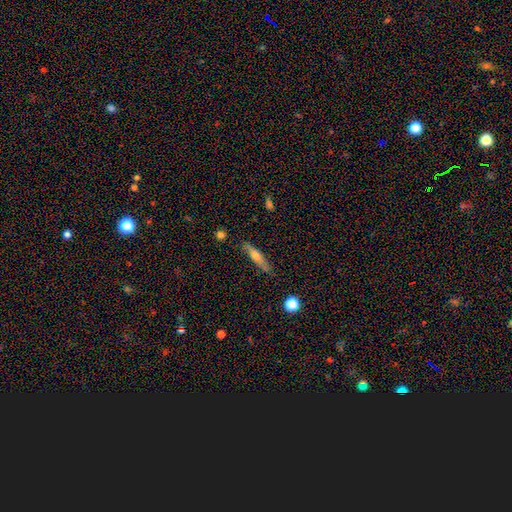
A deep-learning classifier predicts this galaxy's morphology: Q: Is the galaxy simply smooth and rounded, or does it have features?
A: featured or disk — 47%.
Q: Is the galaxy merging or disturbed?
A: none — 82%.